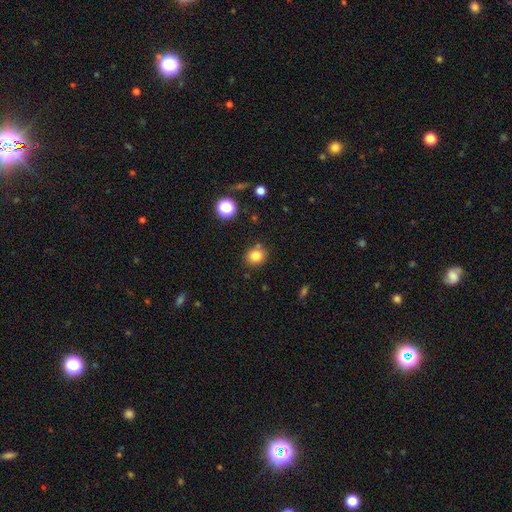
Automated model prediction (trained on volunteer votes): Morphology: type=smooth (82%); roundness=round (80%); merging=none (81%).